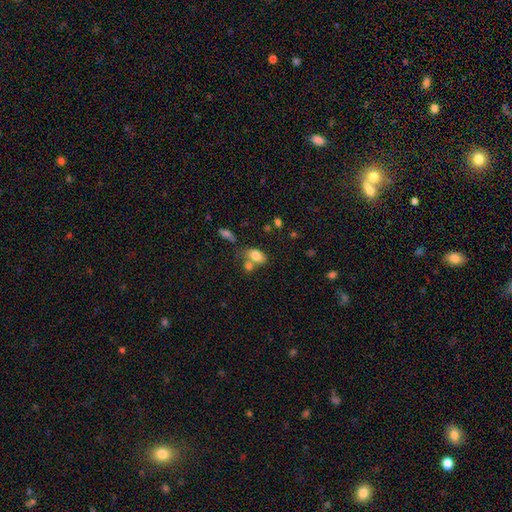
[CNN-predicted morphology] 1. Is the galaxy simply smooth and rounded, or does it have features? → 80% smooth, 11% featured or disk, 9% star or artifact.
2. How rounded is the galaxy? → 88% in between, 9% round, 3% cigar-shaped.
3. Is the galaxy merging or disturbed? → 46% none, 34% merger, 14% minor disturbance, 6% major disturbance.